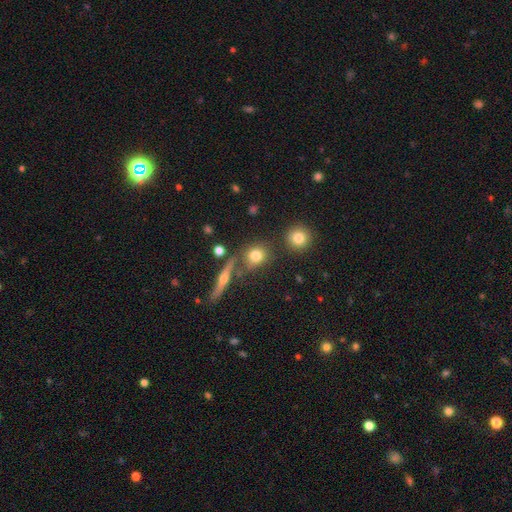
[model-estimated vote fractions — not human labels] This appears to be a smooth galaxy with no disk features (75%) that is round (77%). Merging: none (71%).